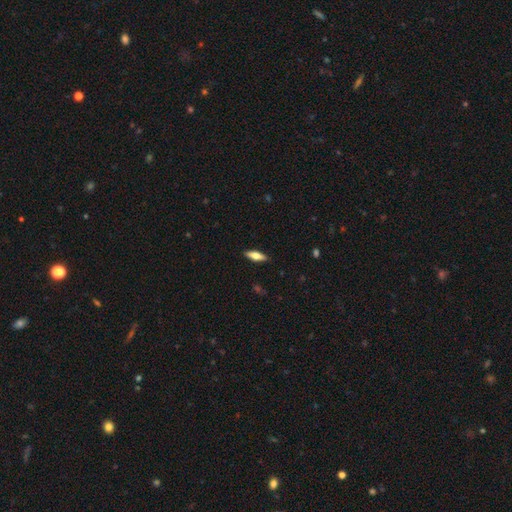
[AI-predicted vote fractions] smooth 56%, featured or disk 38%, star or artifact 6%. Down the decision tree: how rounded — in between (50%); merging — none (89%).